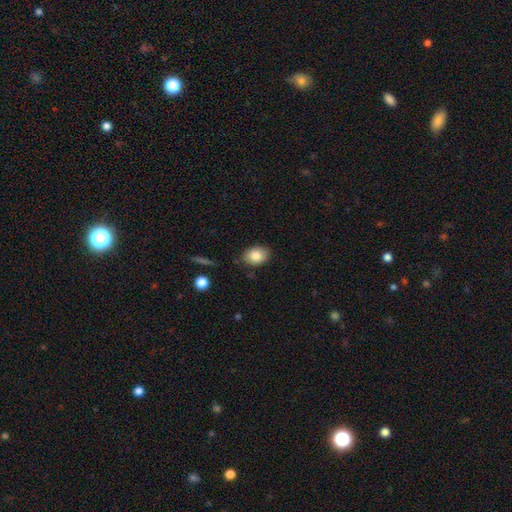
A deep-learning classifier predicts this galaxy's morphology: smooth-or-featured: smooth: 84% | star or artifact: 8% | featured or disk: 8%
  how-rounded: in between: 68% | round: 31% | cigar-shaped: 1%
  merging: none: 81% | minor disturbance: 14% | major disturbance: 3% | merger: 2%